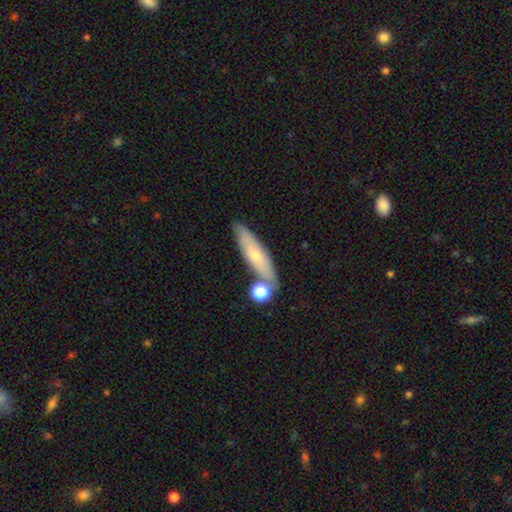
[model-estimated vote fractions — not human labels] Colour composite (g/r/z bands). It shows a smooth galaxy with no disk features (59%) that is cigar-shaped (70%). Merging: none (70%).